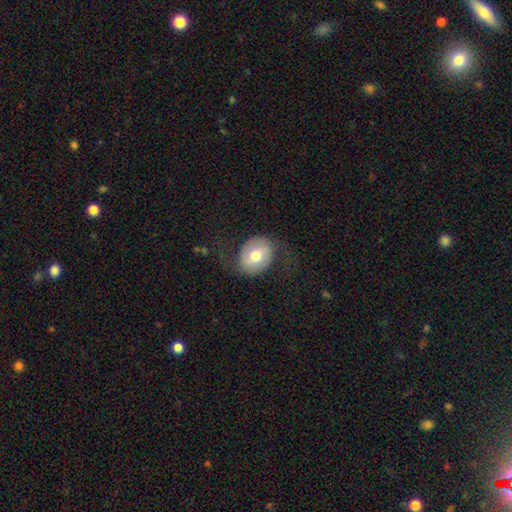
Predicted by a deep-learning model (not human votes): This is possibly a smooth galaxy (53%). How rounded: possibly in between (54%). Merging: likely none (66%).